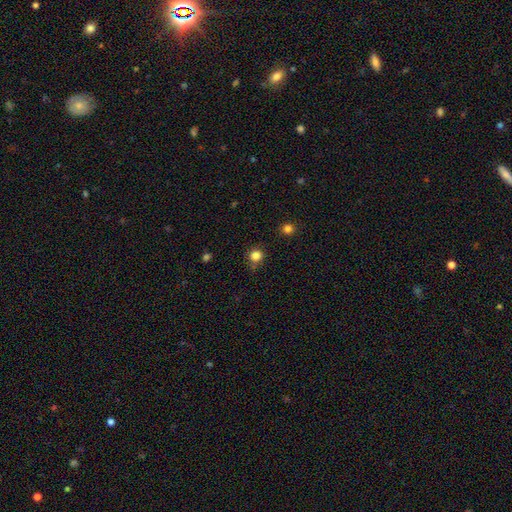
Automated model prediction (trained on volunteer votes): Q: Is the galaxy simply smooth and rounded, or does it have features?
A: smooth — 82%.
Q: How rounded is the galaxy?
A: round — 90%.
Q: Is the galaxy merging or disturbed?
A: none — 79%.